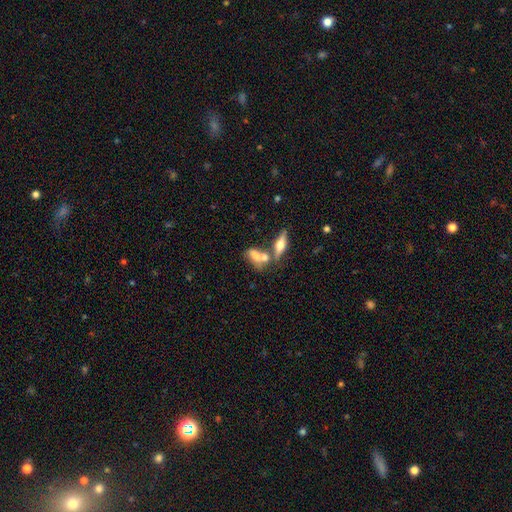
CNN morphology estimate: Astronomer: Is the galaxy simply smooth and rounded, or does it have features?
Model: smooth — 58%.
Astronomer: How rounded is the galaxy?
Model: in between — 70%.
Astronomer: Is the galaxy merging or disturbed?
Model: merger — 49% (runner-up: none, 33%).